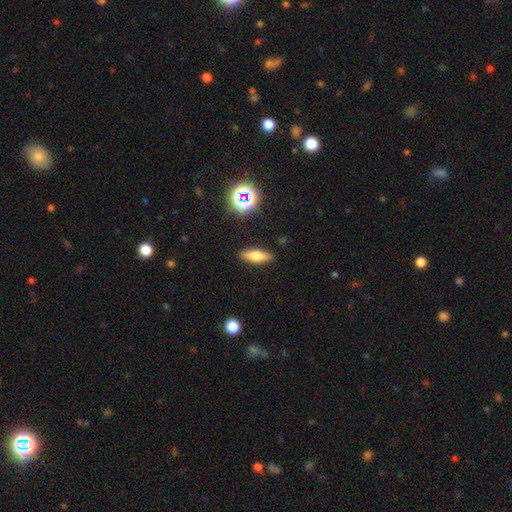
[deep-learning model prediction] A smooth galaxy with no disk features (59%) that is cigar-shaped (49%).

Vote fractions:
- Smooth or featured? smooth: 59% / featured or disk: 30% / star or artifact: 11%
- How rounded? cigar-shaped: 49% / in between: 48% / round: 4%
- Merging? none: 88% / minor disturbance: 8% / major disturbance: 2% / merger: 2%